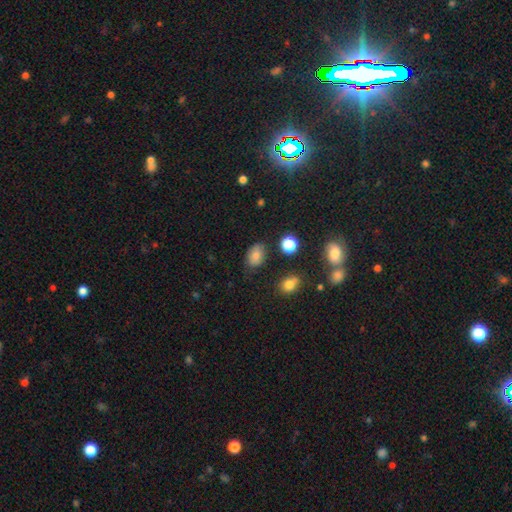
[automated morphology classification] Smooth or featured? smooth (78%)
How rounded? in between (78%)
Merging? none (75%)